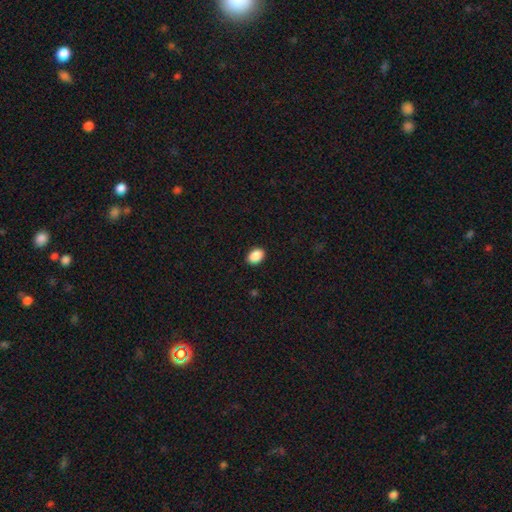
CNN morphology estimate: The model was most divided on "how rounded": in between: 82%, round: 17%, cigar-shaped: 1%. More confident: merging — none (90%); smooth or featured — smooth (90%).